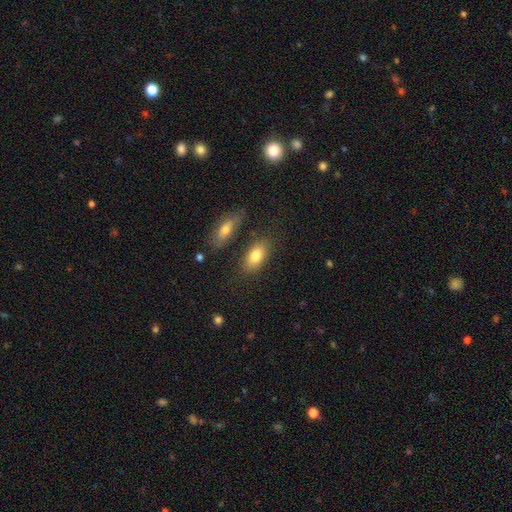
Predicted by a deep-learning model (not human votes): Smooth or featured?
  - smooth: 79% *
  - featured or disk: 14%
  - star or artifact: 8%
How rounded?
  - in between: 88% *
  - cigar-shaped: 6%
  - round: 6%
Merging?
  - none: 75% *
  - minor disturbance: 12%
  - merger: 8%
  - major disturbance: 4%